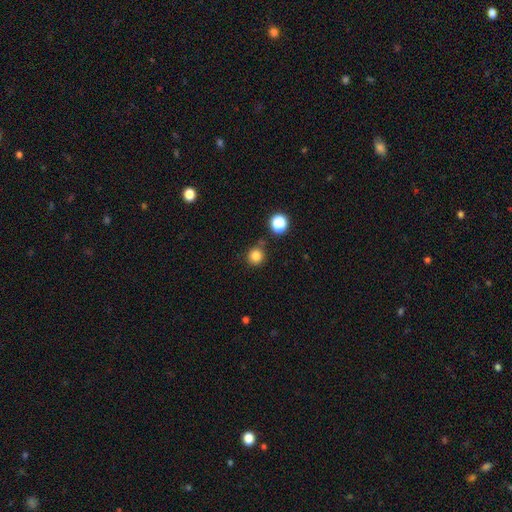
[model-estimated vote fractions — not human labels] Smooth or featured? Predicted: smooth (p=0.83). How rounded? Predicted: round (p=0.92). Merging? Predicted: none (p=0.78).